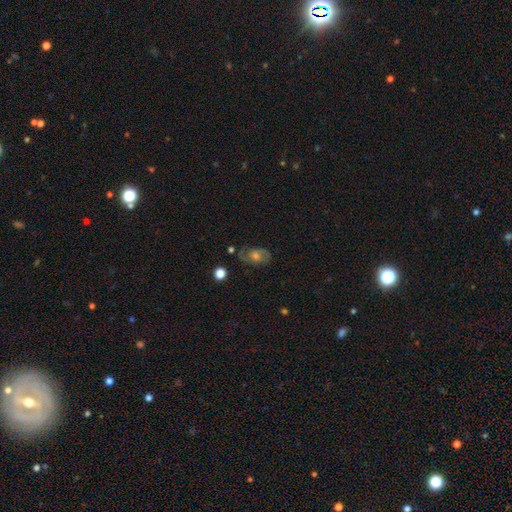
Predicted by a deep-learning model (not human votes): Smooth or featured? featured or disk (68%)
Edge-on disk? no (95%)
Bar? no (64%)
Spiral arms? yes (88%)
Spiral winding? medium (50%)
Spiral arm count? 2 (79%)
Bulge size? moderate (57%)
Merging? none (77%)